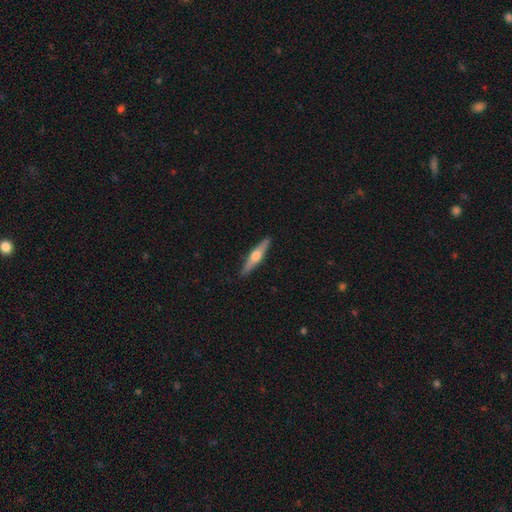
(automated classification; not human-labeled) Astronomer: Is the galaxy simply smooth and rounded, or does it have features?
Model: featured or disk — 57% (runner-up: smooth, 38%).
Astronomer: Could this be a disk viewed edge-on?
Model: yes — 96%.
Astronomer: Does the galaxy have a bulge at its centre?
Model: rounded — 91%.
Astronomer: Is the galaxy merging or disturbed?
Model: none — 90%.